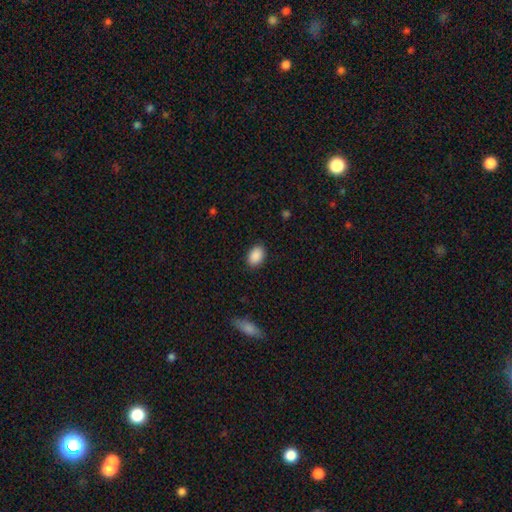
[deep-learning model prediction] Q: Smooth or featured?
A: smooth (90%); runner-up: star or artifact (7%)
Q: How rounded?
A: in between (84%); runner-up: round (15%)
Q: Merging?
A: none (88%); runner-up: minor disturbance (9%)